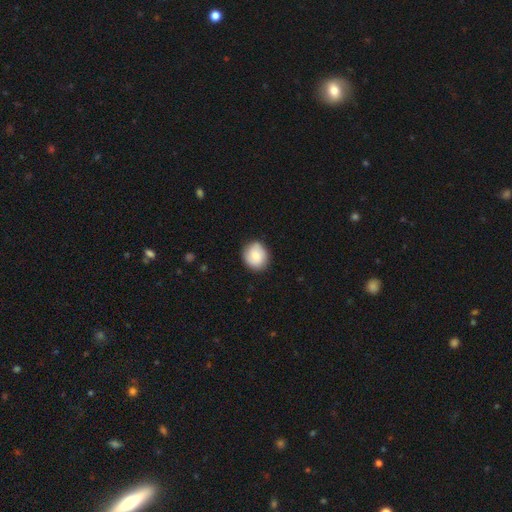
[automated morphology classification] This is likely a smooth galaxy (78%). How rounded: likely round (79%). Merging: clearly none (87%).